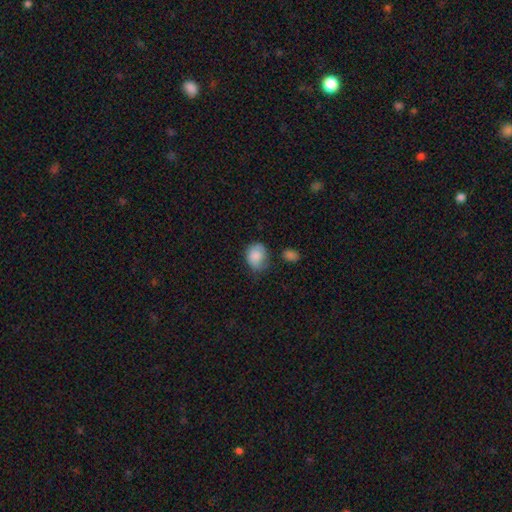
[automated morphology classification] This appears to be a smooth galaxy with no disk features (82%) that is round (50%). Merging: none (52%).